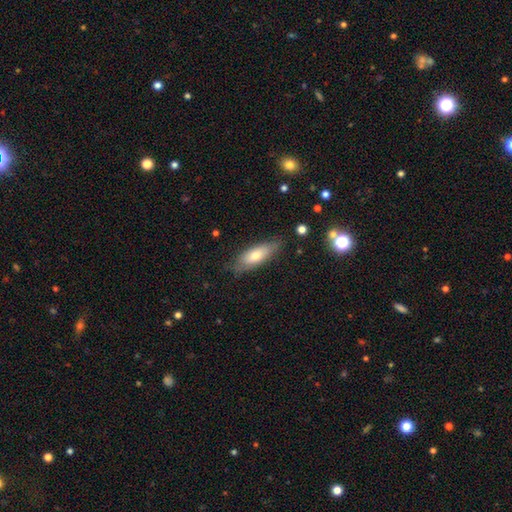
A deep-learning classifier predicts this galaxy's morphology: smooth 64%, featured or disk 30%, star or artifact 7%. Down the decision tree: how rounded — in between (66%); merging — none (78%).